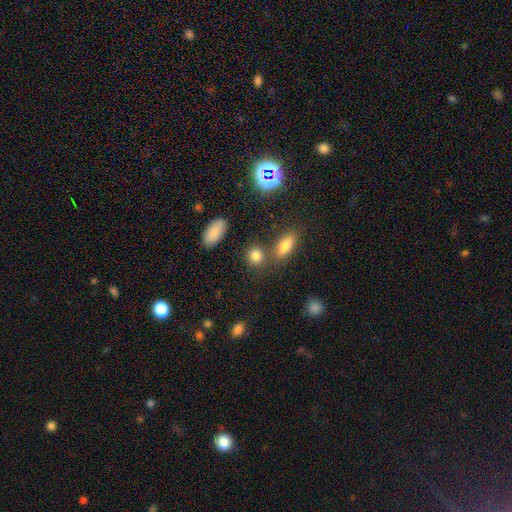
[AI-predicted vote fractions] smooth 80%, star or artifact 14%, featured or disk 6%. Down the decision tree: how rounded — round (71%); merging — none (71%).